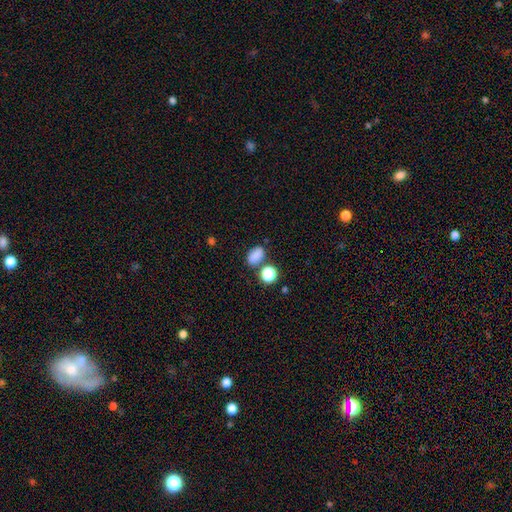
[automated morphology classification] smooth_or_featured: smooth (p=0.82) [alt: star or artifact p=0.13]
how_rounded: in between (p=0.81) [alt: round p=0.17]
merging: none (p=0.70) [alt: minor disturbance p=0.13]